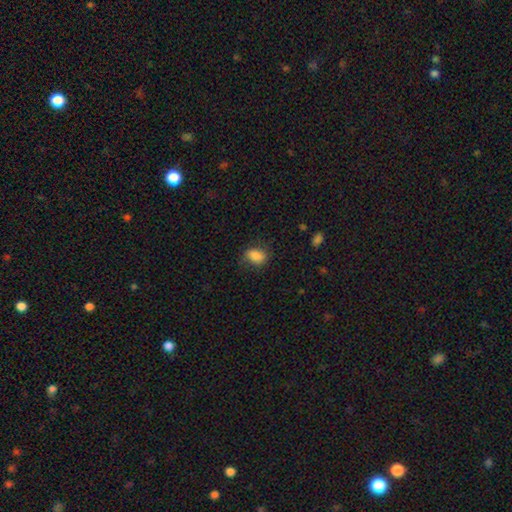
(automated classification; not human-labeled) Overall: smooth (85%). How rounded: in between (81%). Merging: none (67%).